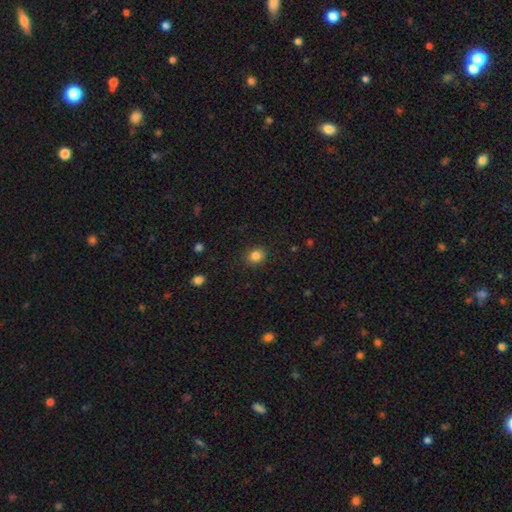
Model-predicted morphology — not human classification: type=smooth (85%); roundness=round (79%); merging=none (88%).